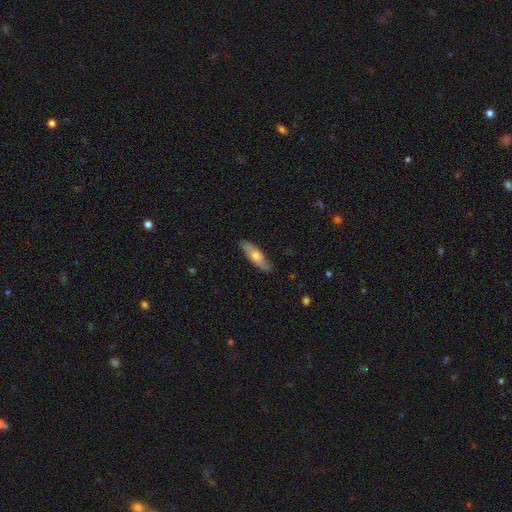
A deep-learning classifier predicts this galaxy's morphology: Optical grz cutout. It shows a smooth galaxy with no disk features (54%) that is in between round and cigar-shaped (53%). Merging: none (85%).